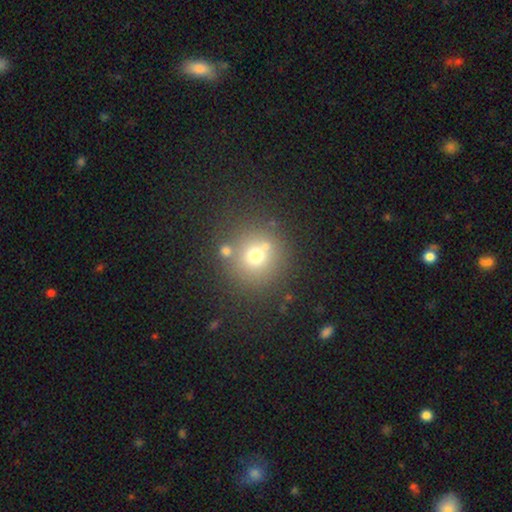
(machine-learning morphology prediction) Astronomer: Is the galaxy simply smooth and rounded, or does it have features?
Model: smooth — 66%.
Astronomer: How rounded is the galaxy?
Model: round — 92%.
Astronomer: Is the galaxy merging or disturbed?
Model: none — 73%.